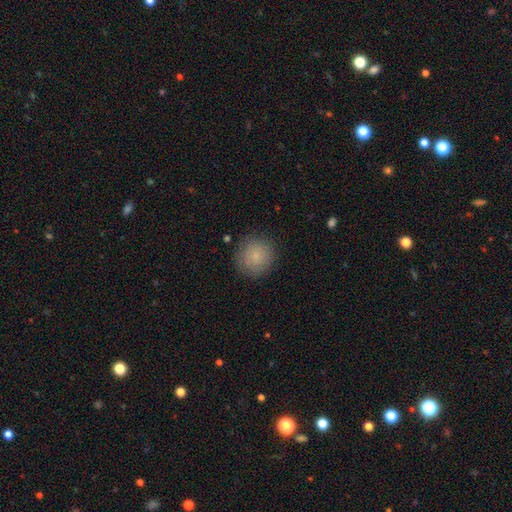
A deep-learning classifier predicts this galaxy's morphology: Smooth or featured? smooth (83%)
How rounded? round (93%)
Merging? none (86%)